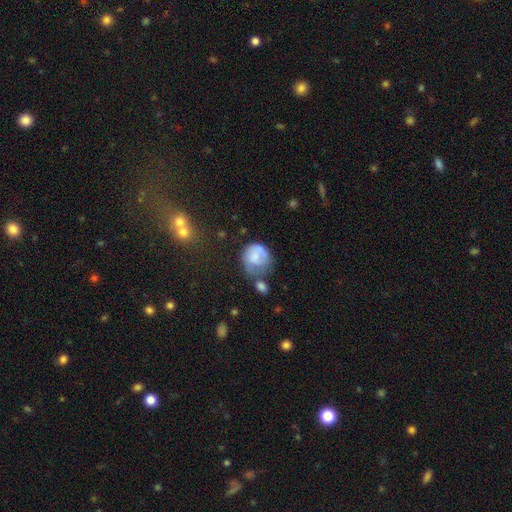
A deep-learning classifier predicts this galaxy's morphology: Smooth or featured: smooth — 60% (featured or disk — 31%)
How rounded: round — 74% (in between — 25%)
Merging: none — 34% (minor disturbance — 28%)